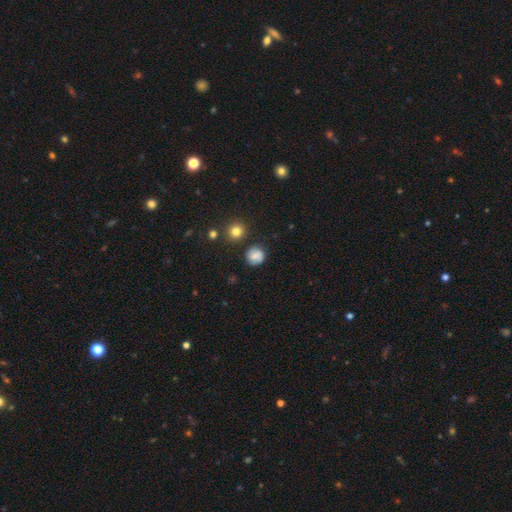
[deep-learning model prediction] Morphology: type=smooth (74%); roundness=round (86%); merging=none (77%).